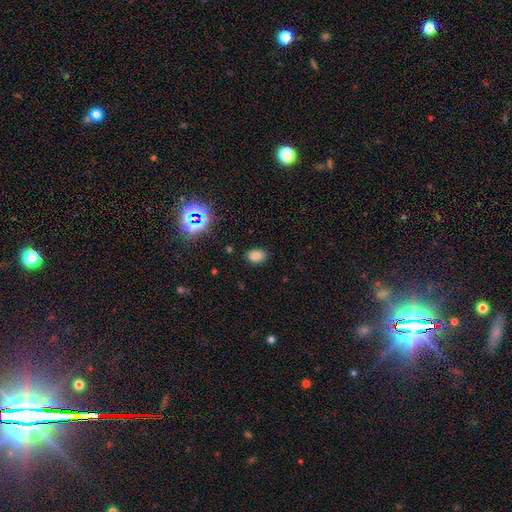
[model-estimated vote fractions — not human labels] Morphology: type=smooth (77%); roundness=in between (70%); merging=none (85%).